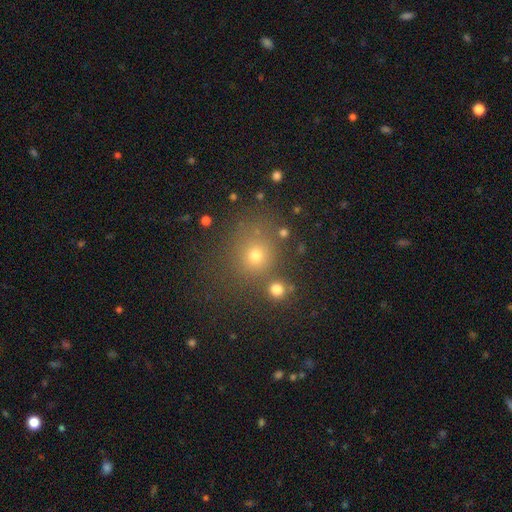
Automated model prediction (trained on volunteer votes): smooth_or_featured: smooth (p=0.69) [alt: star or artifact p=0.22]
how_rounded: round (p=0.83) [alt: in between p=0.16]
merging: none (p=0.73) [alt: minor disturbance p=0.11]